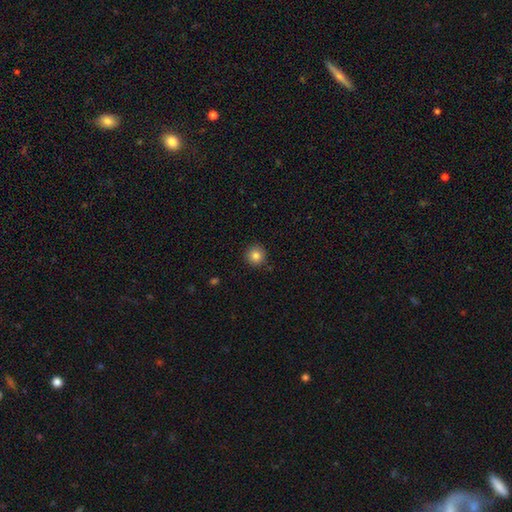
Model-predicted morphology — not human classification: Smooth or featured?
  - smooth: 84% *
  - star or artifact: 10%
  - featured or disk: 6%
How rounded?
  - round: 95% *
  - in between: 5%
  - cigar-shaped: 1%
Merging?
  - none: 90% *
  - minor disturbance: 7%
  - major disturbance: 2%
  - merger: 1%